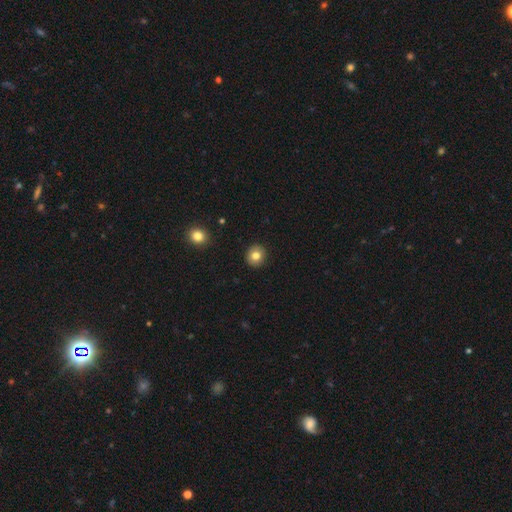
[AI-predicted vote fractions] smooth 81%, star or artifact 10%, featured or disk 9%. Down the decision tree: how rounded — round (89%); merging — none (92%).